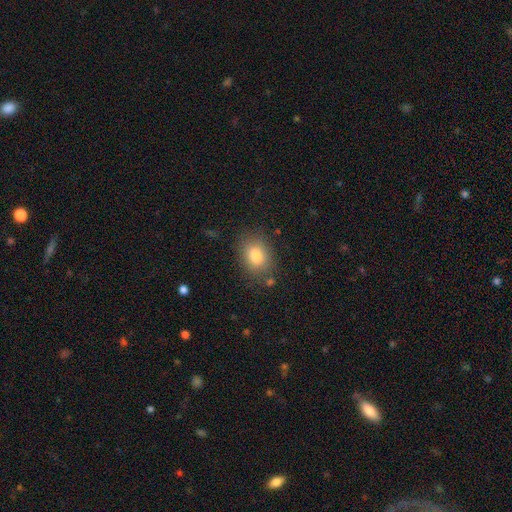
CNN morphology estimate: Smooth or featured? Predicted: smooth (p=0.81). How rounded? Predicted: in between (p=0.62). Merging? Predicted: none (p=0.79).